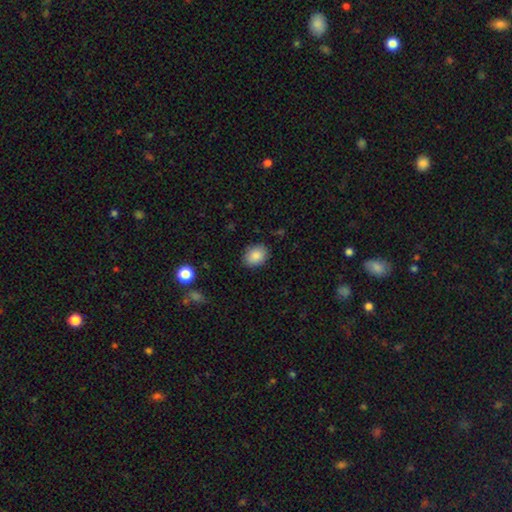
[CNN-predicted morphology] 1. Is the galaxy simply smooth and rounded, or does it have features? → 87% smooth, 8% star or artifact, 5% featured or disk.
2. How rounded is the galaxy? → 64% in between, 35% round, 1% cigar-shaped.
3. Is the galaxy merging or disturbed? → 86% none, 10% minor disturbance, 2% major disturbance, 1% merger.